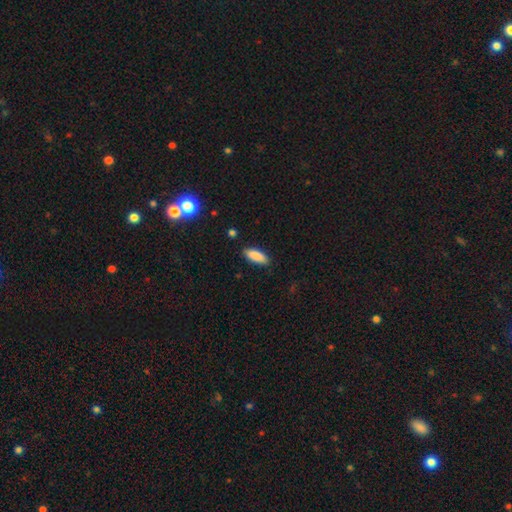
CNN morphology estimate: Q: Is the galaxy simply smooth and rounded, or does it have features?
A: smooth — 88%.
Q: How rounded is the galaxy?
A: in between — 74%.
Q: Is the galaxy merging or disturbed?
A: none — 86%.